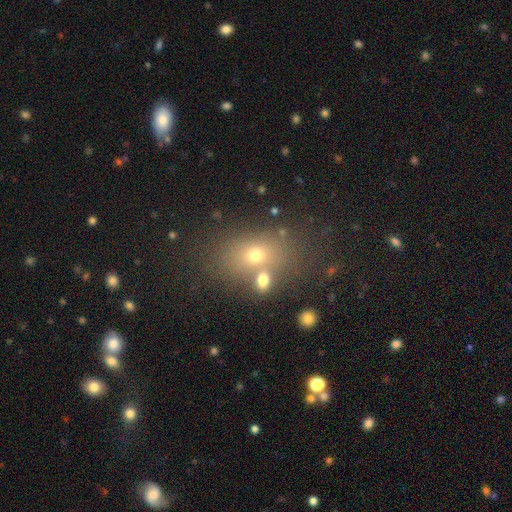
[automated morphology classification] A smooth galaxy with no disk features (64%) that is in between round and cigar-shaped (69%).

Vote fractions:
- Smooth or featured? smooth: 64% / star or artifact: 18% / featured or disk: 18%
- How rounded? in between: 69% / round: 30% / cigar-shaped: 2%
- Merging? none: 58% / merger: 25% / minor disturbance: 12% / major disturbance: 6%